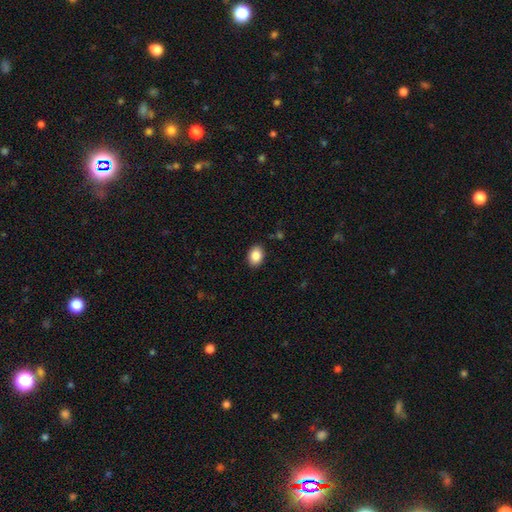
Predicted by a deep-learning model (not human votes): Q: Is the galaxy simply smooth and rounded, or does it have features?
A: smooth — 87%.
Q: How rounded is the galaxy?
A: in between — 71%.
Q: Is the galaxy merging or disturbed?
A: none — 89%.